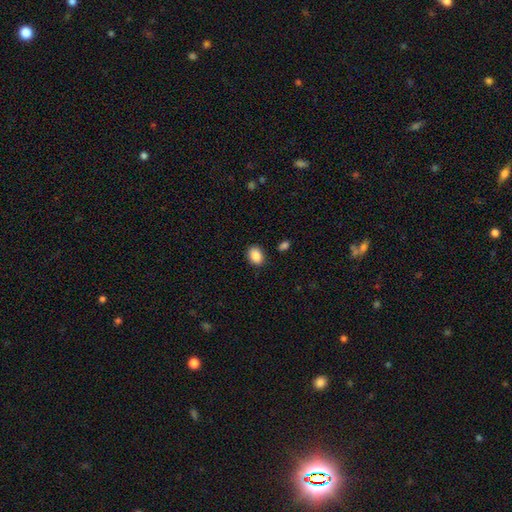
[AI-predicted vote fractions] Smooth or featured? smooth (88%)
How rounded? in between (69%)
Merging? none (87%)